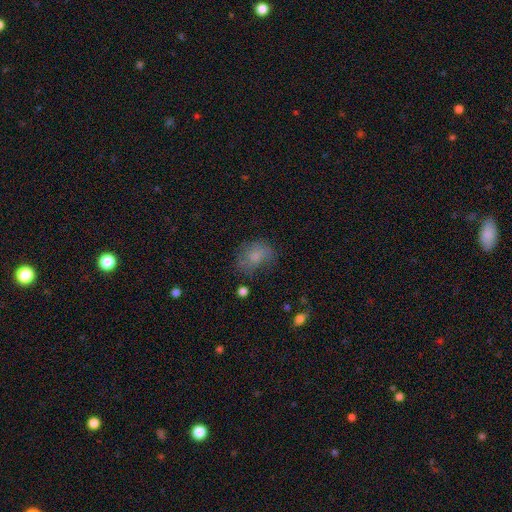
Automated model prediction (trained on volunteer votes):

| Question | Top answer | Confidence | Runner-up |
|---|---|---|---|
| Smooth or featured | smooth | 72% | featured or disk (17%) |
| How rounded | in between | 61% | round (38%) |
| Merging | none | 54% | minor disturbance (28%) |